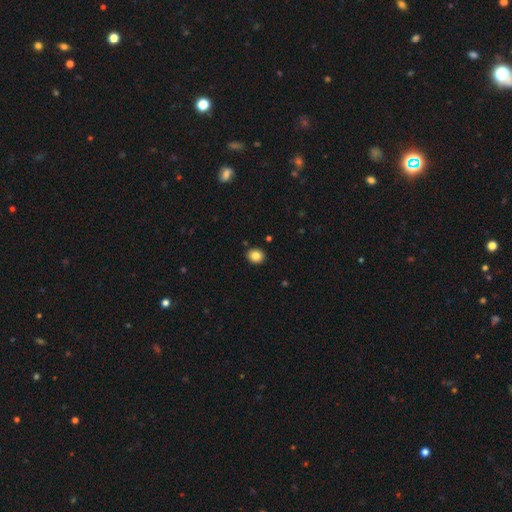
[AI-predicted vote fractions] Smooth or featured? Predicted: smooth (p=0.84). How rounded? Predicted: round (p=0.72). Merging? Predicted: none (p=0.90).